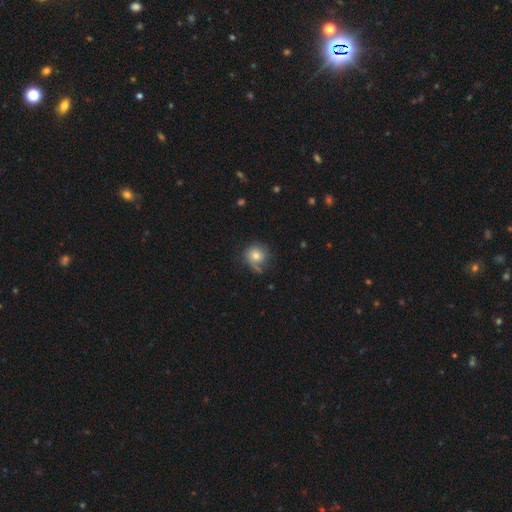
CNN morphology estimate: A smooth galaxy with no disk features (66%) that is round (85%).

Vote fractions:
- Smooth or featured? smooth: 66% / featured or disk: 24% / star or artifact: 9%
- How rounded? round: 85% / in between: 14% / cigar-shaped: 1%
- Merging? none: 59% / minor disturbance: 25% / major disturbance: 13% / merger: 4%